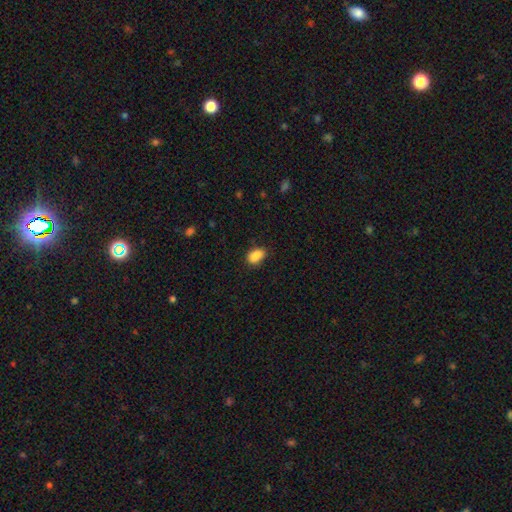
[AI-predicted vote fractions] Smooth or featured: smooth — 87% (star or artifact — 9%)
How rounded: in between — 87% (round — 10%)
Merging: none — 73% (minor disturbance — 20%)